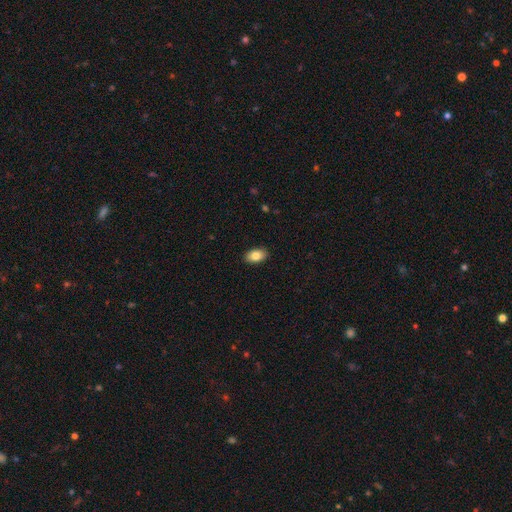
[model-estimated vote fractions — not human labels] smooth_or_featured: smooth (p=0.84) [alt: featured or disk p=0.08]
how_rounded: in between (p=0.92) [alt: round p=0.07]
merging: none (p=0.90) [alt: minor disturbance p=0.08]